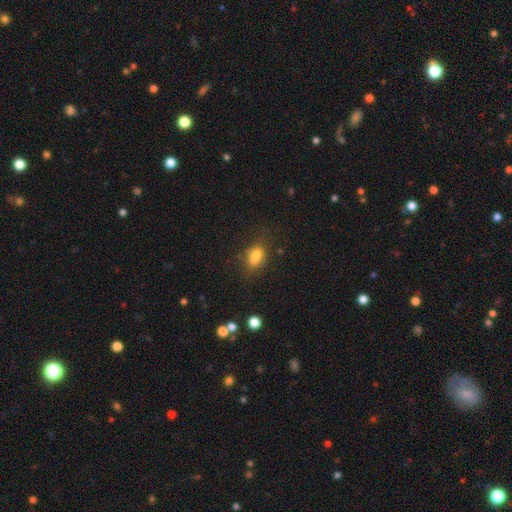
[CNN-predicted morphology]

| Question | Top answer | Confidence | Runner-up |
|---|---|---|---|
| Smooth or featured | smooth | 74% | featured or disk (14%) |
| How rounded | in between | 75% | round (19%) |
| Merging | none | 52% | minor disturbance (21%) |